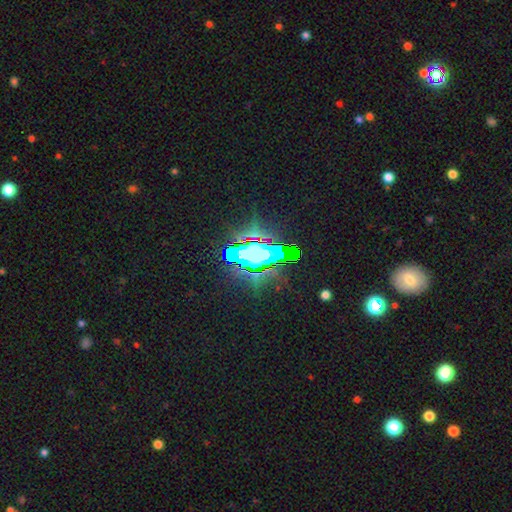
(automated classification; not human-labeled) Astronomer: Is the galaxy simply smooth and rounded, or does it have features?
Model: star or artifact — 62%.